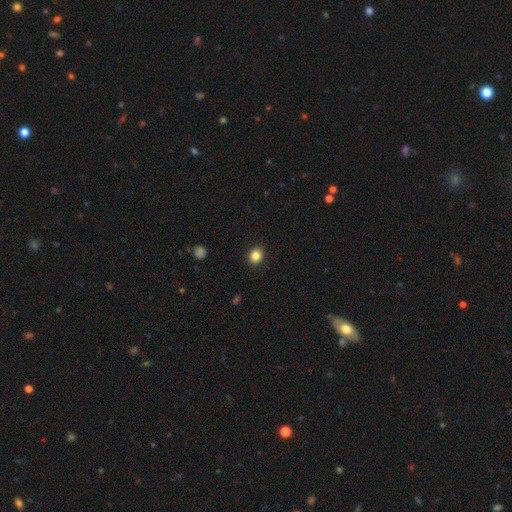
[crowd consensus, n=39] Overall: smooth (87%). How rounded: round (82%). Merging: none (89%).